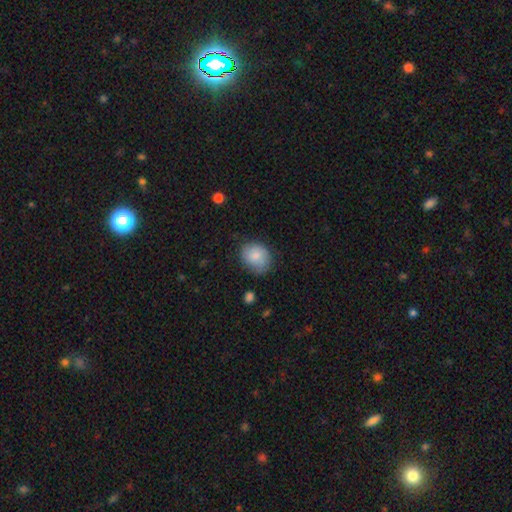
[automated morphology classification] Q: Smooth or featured?
A: smooth (82%); runner-up: featured or disk (11%)
Q: How rounded?
A: round (55%); runner-up: in between (44%)
Q: Merging?
A: none (69%); runner-up: minor disturbance (24%)